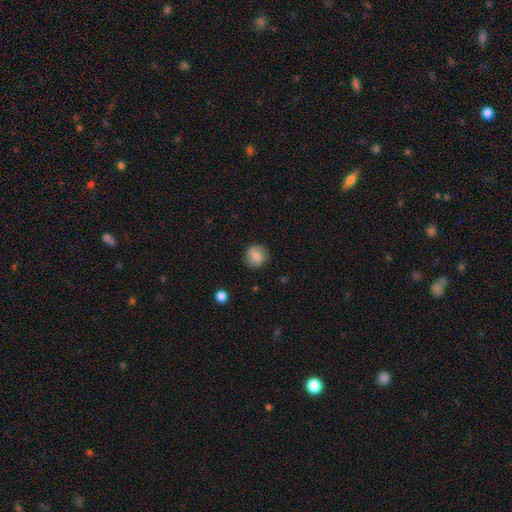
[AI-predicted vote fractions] smooth_or_featured: smooth (p=0.83) [alt: featured or disk p=0.09]
how_rounded: round (p=0.89) [alt: in between p=0.10]
merging: none (p=0.86) [alt: minor disturbance p=0.10]